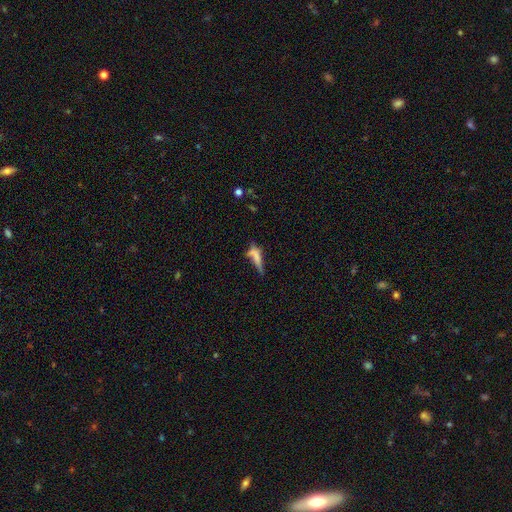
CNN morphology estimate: Q: Smooth or featured?
A: smooth (58%); runner-up: featured or disk (30%)
Q: How rounded?
A: cigar-shaped (64%); runner-up: in between (32%)
Q: Merging?
A: none (30%); runner-up: major disturbance (26%)